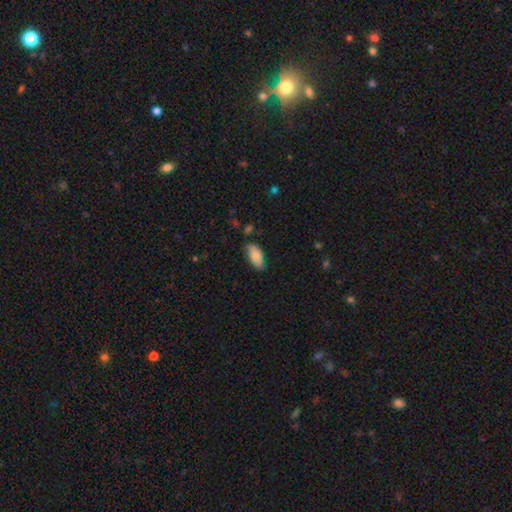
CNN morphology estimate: smooth 79%, featured or disk 14%, star or artifact 6%. Down the decision tree: how rounded — in between (92%); merging — none (73%).